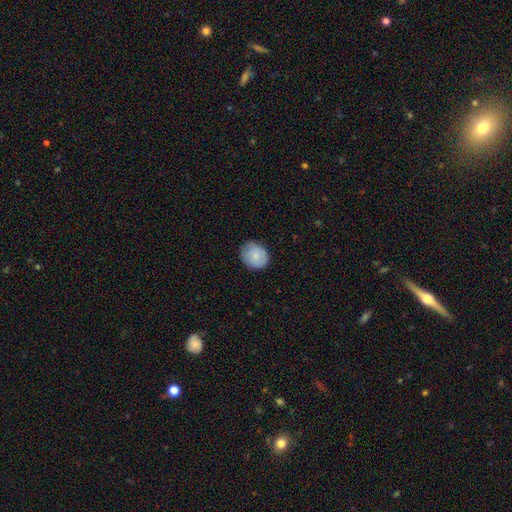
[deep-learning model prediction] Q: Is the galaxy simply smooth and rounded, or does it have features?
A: smooth — 82%.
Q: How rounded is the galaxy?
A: round — 74%.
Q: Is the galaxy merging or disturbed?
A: none — 79%.